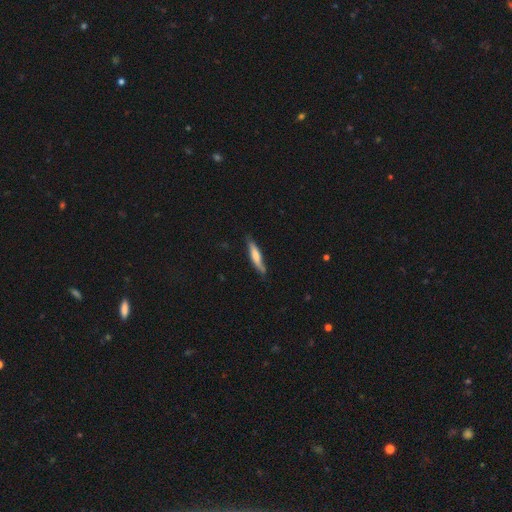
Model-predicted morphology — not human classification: This appears to be a smooth galaxy with no disk features (60%) that is cigar-shaped (87%). Merging: none (75%).